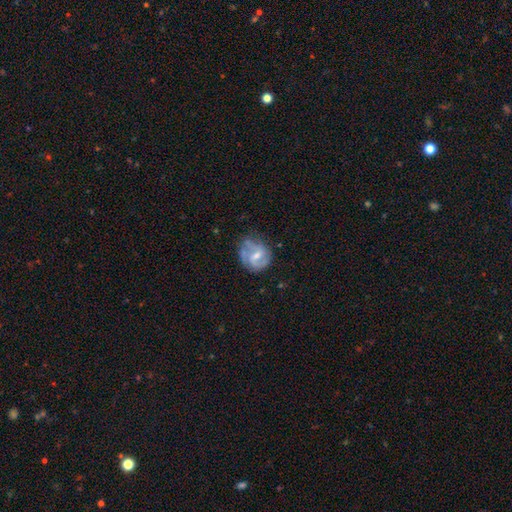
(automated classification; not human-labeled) Smooth or featured? featured or disk (65%)
Edge-on disk? no (98%)
Bar? weak (54%)
Spiral arms? yes (78%)
Bulge size? moderate (46%)
Merging? none (53%)